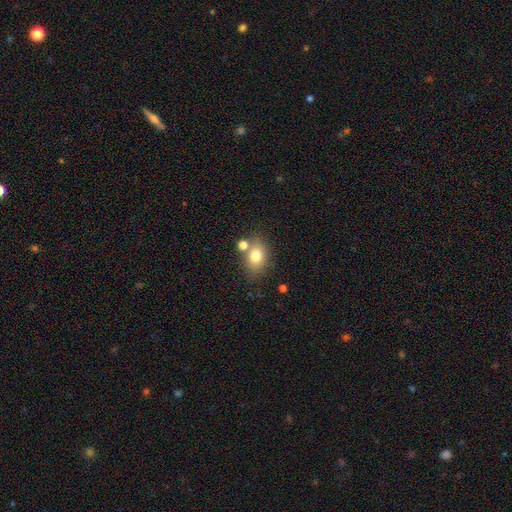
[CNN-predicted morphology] smooth 76%, featured or disk 13%, star or artifact 11%. Down the decision tree: how rounded — in between (68%); merging — none (64%).